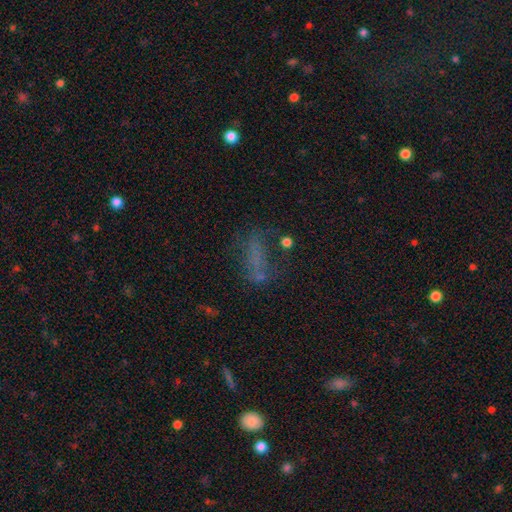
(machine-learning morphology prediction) Q: Smooth or featured?
A: smooth (49%); runner-up: featured or disk (27%)
Q: Merging?
A: none (44%); runner-up: major disturbance (27%)